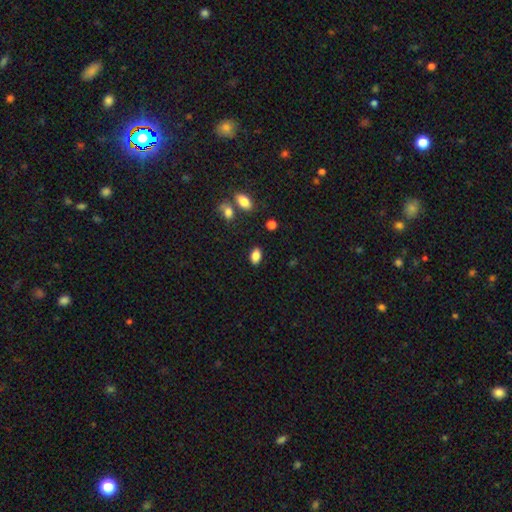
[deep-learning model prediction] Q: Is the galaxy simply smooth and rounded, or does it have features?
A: smooth — 86%.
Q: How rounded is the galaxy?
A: in between — 88%.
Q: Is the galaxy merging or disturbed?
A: none — 86%.